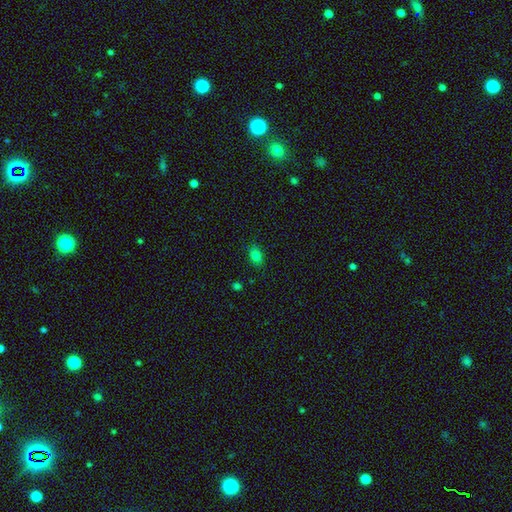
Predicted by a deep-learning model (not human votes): A smooth galaxy with no disk features (80%) that is in between round and cigar-shaped (77%).

Vote fractions:
- Smooth or featured? smooth: 80% / star or artifact: 13% / featured or disk: 6%
- How rounded? in between: 77% / round: 22% / cigar-shaped: 2%
- Merging? none: 84% / minor disturbance: 12% / major disturbance: 3% / merger: 1%